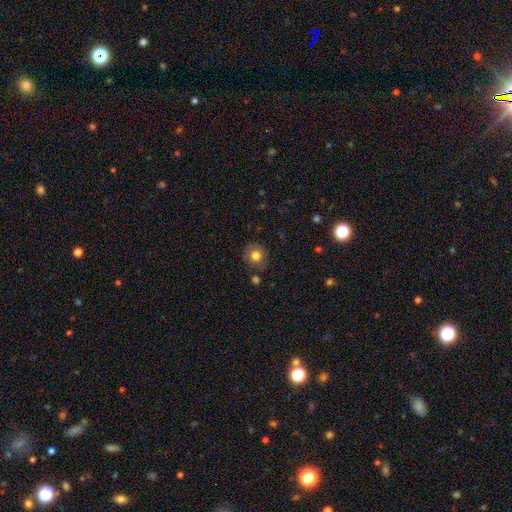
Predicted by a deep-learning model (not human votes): Q: Smooth or featured?
A: smooth (75%); runner-up: featured or disk (15%)
Q: How rounded?
A: round (82%); runner-up: in between (17%)
Q: Merging?
A: none (80%); runner-up: minor disturbance (14%)